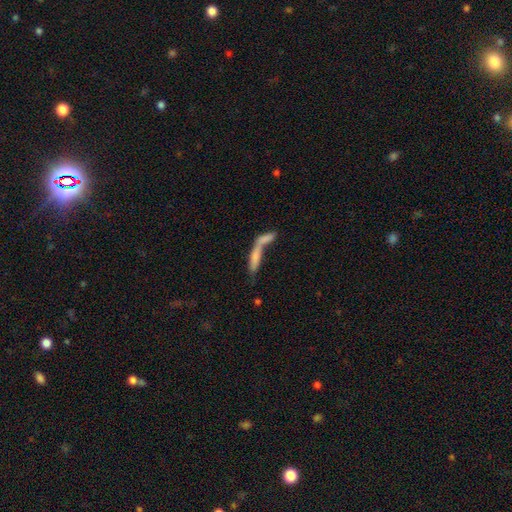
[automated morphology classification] smooth 67%, featured or disk 24%, star or artifact 8%. Down the decision tree: how rounded — cigar-shaped (71%); merging — merger (65%).